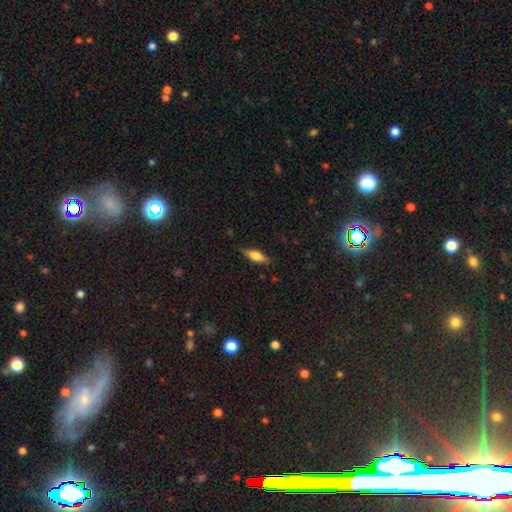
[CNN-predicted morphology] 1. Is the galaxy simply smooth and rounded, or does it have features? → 58% smooth, 35% featured or disk, 7% star or artifact.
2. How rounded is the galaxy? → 59% in between, 38% cigar-shaped, 3% round.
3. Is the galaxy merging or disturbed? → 81% none, 15% minor disturbance, 3% major disturbance, 1% merger.